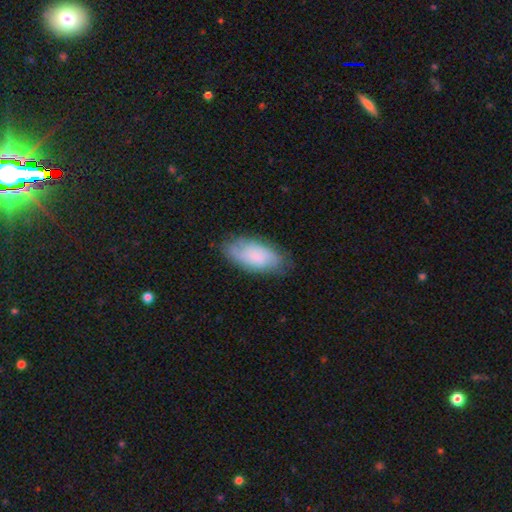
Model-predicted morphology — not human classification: Overall: smooth (67%). How rounded: in between (91%). Merging: none (72%).